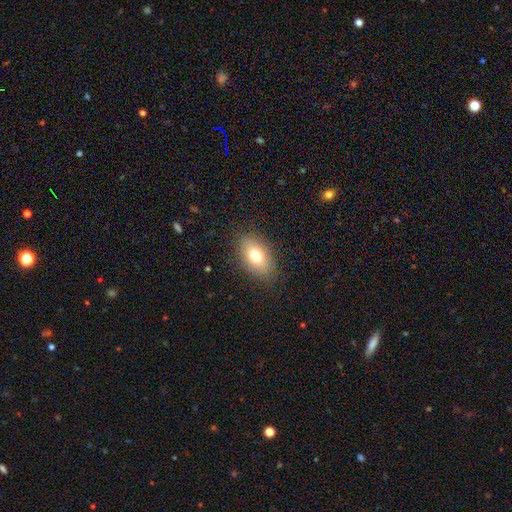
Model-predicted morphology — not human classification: This appears to be a smooth galaxy with no disk features (74%) that is in between round and cigar-shaped (86%). Merging: none (86%).